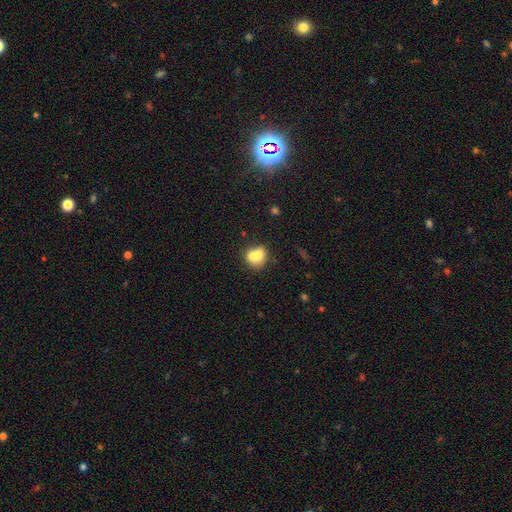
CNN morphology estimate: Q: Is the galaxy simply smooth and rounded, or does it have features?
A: smooth — 70%.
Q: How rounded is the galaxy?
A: round — 66%.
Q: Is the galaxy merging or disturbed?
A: merger — 54%.